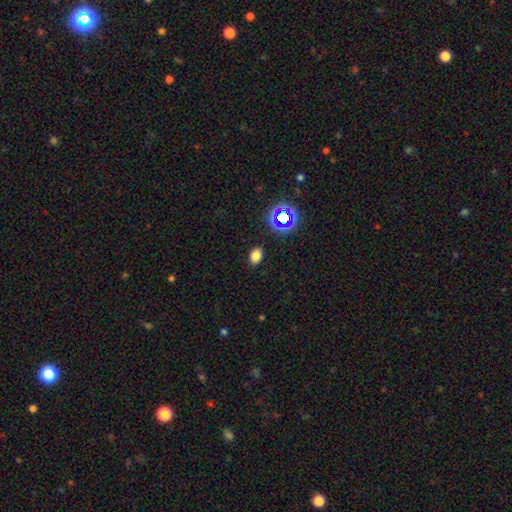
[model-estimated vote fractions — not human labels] smooth_or_featured: smooth (p=0.77) [alt: star or artifact p=0.18]
how_rounded: in between (p=0.76) [alt: round p=0.23]
merging: none (p=0.87) [alt: minor disturbance p=0.09]